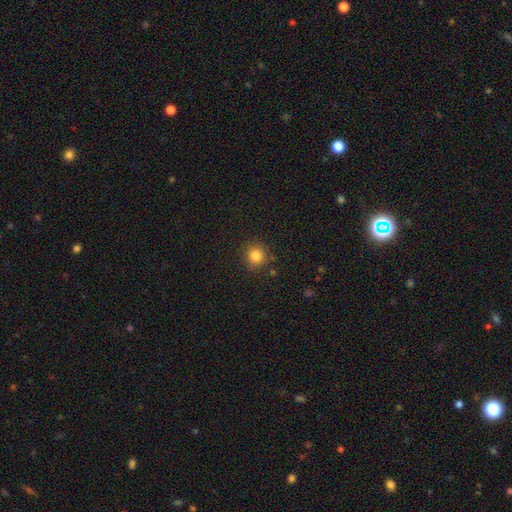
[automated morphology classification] This is clearly a smooth galaxy (83%). How rounded: clearly round (92%). Merging: clearly none (87%).